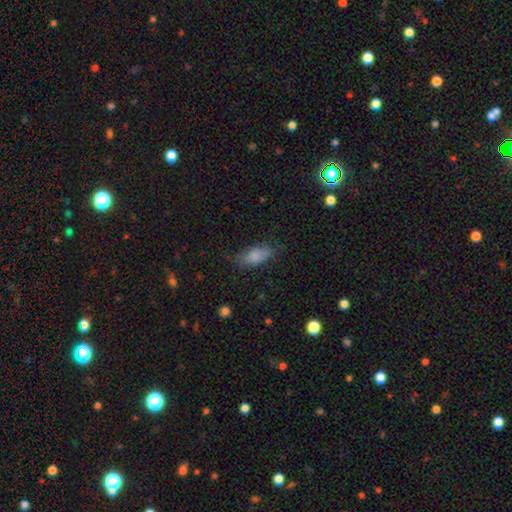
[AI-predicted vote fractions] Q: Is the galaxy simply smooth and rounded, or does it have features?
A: smooth — 82%.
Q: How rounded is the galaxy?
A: in between — 83%.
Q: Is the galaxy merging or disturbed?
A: none — 69%.